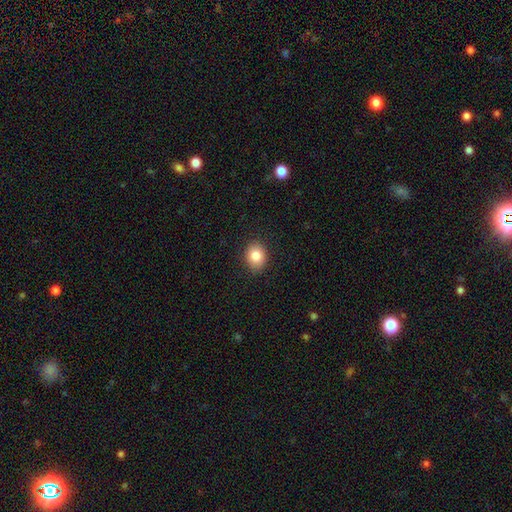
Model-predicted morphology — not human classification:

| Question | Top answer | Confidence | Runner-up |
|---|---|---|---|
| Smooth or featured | smooth | 83% | star or artifact (9%) |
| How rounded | in between | 50% | round (49%) |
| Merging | none | 87% | minor disturbance (10%) |